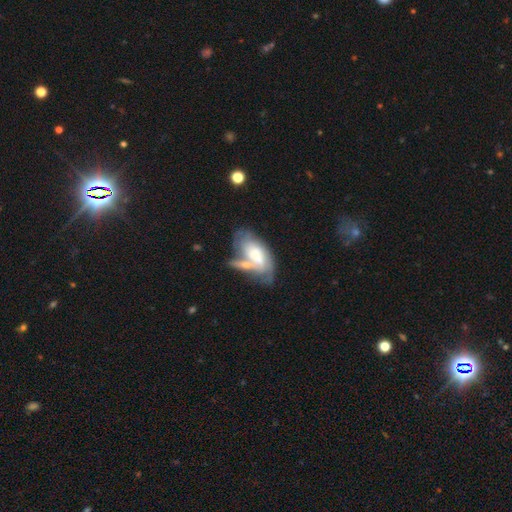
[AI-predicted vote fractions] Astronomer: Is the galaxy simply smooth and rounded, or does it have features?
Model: smooth — 49% (runner-up: featured or disk, 45%).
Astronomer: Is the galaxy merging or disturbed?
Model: merger — 39% (runner-up: none, 30%).